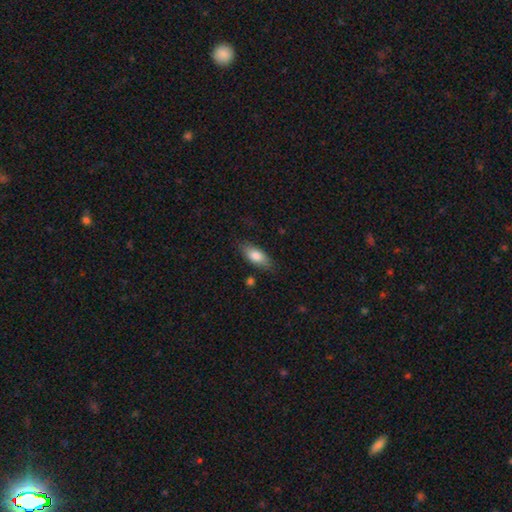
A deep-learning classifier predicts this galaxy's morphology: smooth-or-featured: smooth: 78% | featured or disk: 15% | star or artifact: 6%
  how-rounded: in between: 83% | cigar-shaped: 14% | round: 3%
  merging: none: 77% | minor disturbance: 17% | major disturbance: 4% | merger: 2%